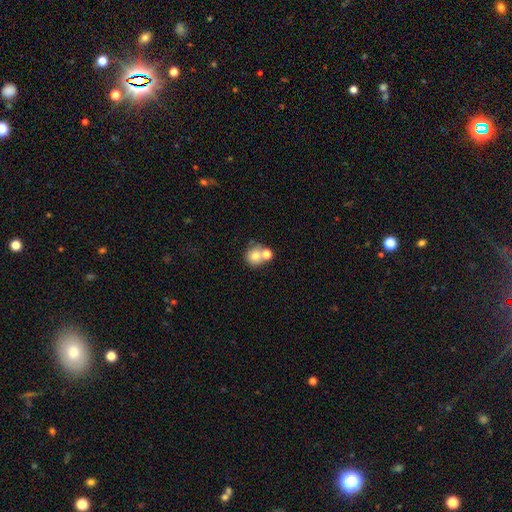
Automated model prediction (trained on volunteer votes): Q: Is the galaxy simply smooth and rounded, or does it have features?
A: smooth — 75%.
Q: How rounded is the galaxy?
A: round — 87%.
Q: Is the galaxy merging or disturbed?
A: none — 46%.